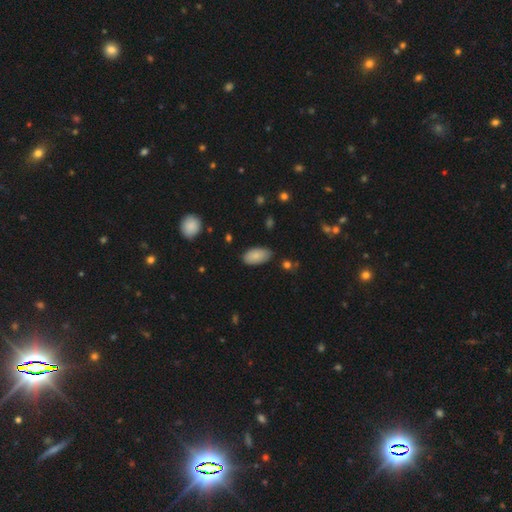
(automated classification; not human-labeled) smooth-or-featured: smooth: 84% | featured or disk: 9% | star or artifact: 7%
  how-rounded: in between: 94% | round: 3% | cigar-shaped: 2%
  merging: none: 80% | minor disturbance: 16% | major disturbance: 3% | merger: 2%